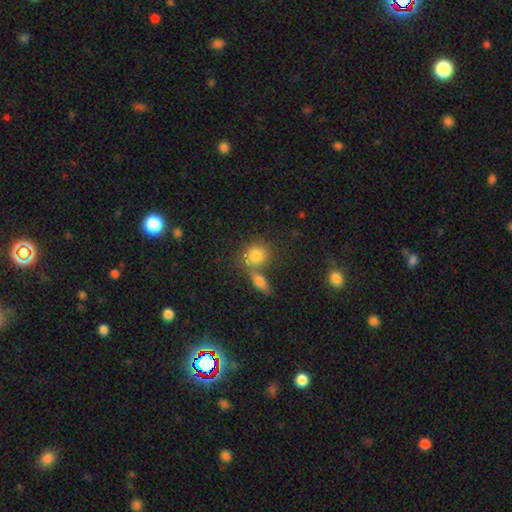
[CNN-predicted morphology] smooth 80%, featured or disk 11%, star or artifact 9%. Down the decision tree: how rounded — round (70%); merging — none (46%).